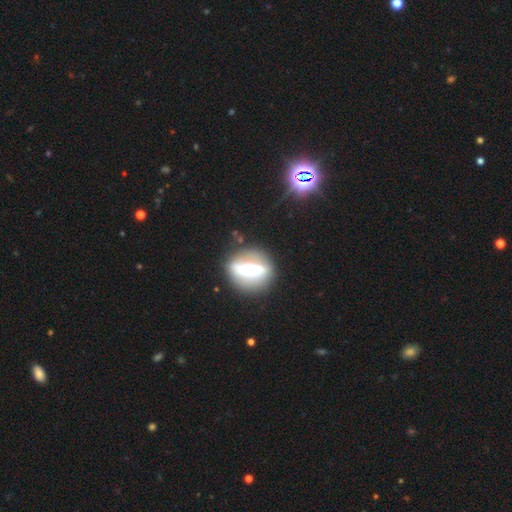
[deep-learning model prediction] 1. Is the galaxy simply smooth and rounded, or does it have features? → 58% featured or disk, 28% smooth, 14% star or artifact.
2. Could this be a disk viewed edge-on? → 57% no, 43% yes.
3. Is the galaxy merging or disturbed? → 77% none, 13% minor disturbance, 6% major disturbance, 3% merger.